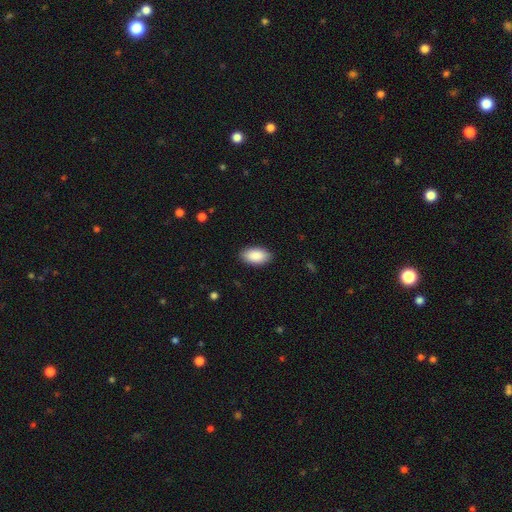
Smooth or featured: smooth — 92% (star or artifact — 5%)
How rounded: in between — 97% (cigar-shaped — 3%)
Merging: none — 97% (major disturbance — 3%)